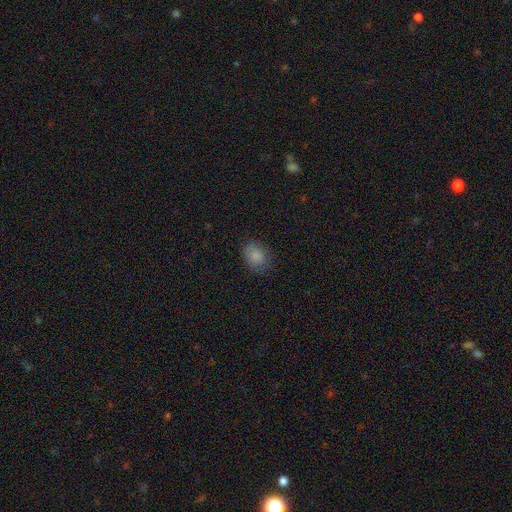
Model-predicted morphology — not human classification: A smooth galaxy with no disk features (84%) that is round (52%). Merging: none (80%).